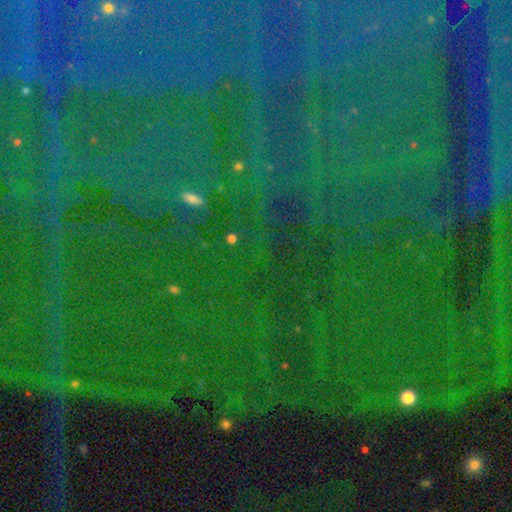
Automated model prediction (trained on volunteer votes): Smooth or featured?
  - star or artifact: 85% *
  - smooth: 8%
  - featured or disk: 7%